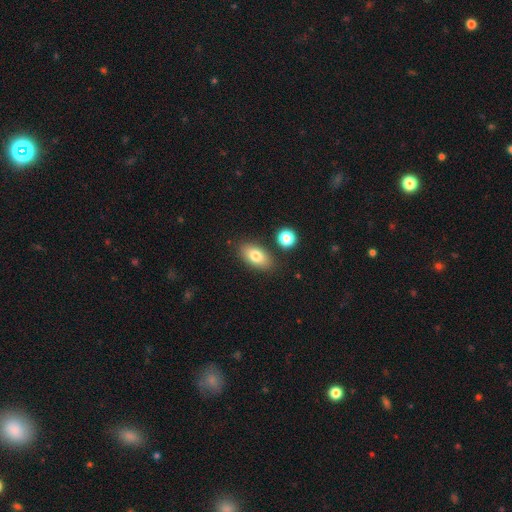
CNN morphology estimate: smooth_or_featured: smooth (p=0.79) [alt: featured or disk p=0.13]
how_rounded: in between (p=0.90) [alt: round p=0.06]
merging: none (p=0.83) [alt: minor disturbance p=0.10]